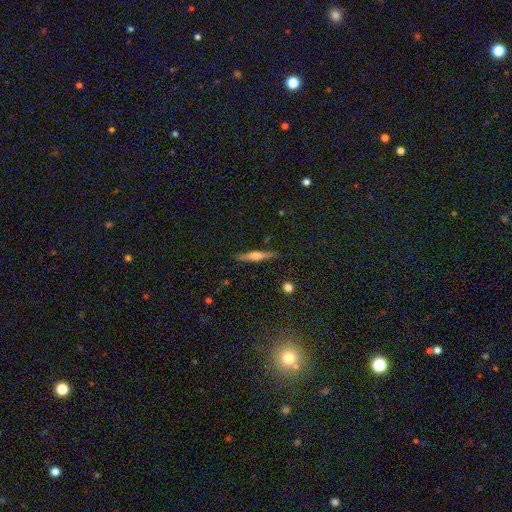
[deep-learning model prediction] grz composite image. It shows a featured or disk galaxy (60%) viewed edge-on (97%) with a rounded central bulge (88%). Merging: none (89%).